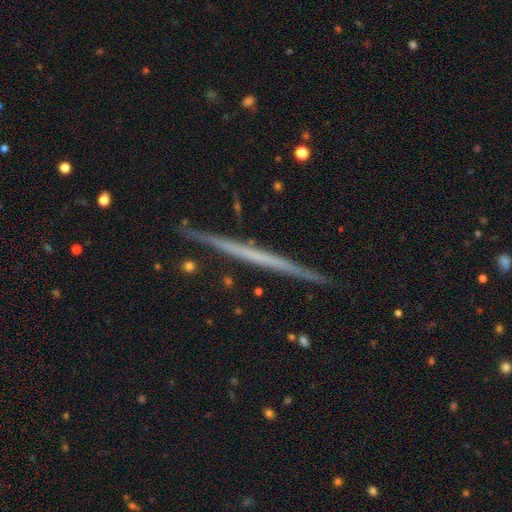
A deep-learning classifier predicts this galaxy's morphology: The model was most divided on "smooth or featured": featured or disk: 66%, smooth: 28%, star or artifact: 6%. More confident: edge-on disk — yes (98%); edge-on bulge — none (92%); merging — none (91%).